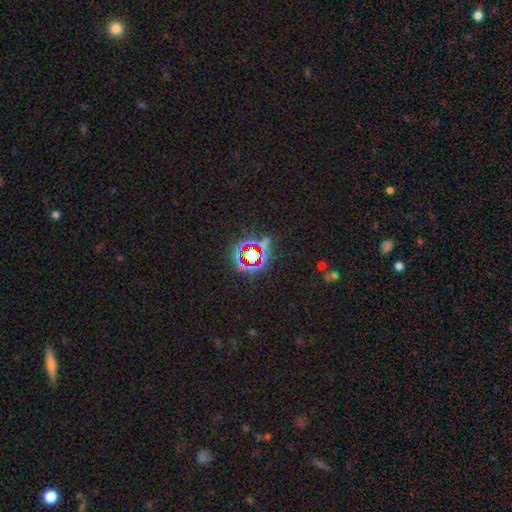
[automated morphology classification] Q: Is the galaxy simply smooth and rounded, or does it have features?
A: star or artifact — 75%.